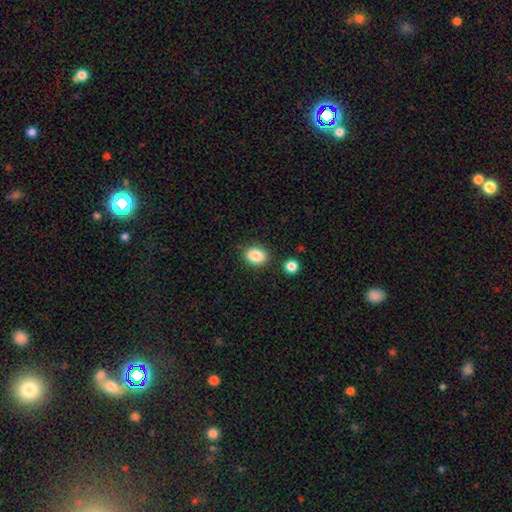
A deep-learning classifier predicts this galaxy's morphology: Overall: smooth (86%). How rounded: in between (60%; round 39%). Merging: none (85%).